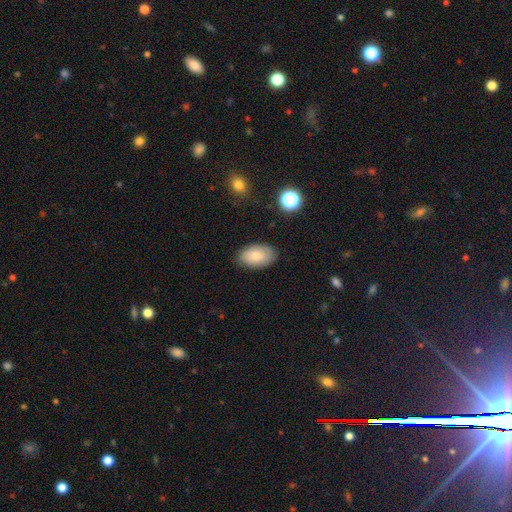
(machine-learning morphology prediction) Smooth or featured? Predicted: smooth (p=0.81). How rounded? Predicted: in between (p=0.93). Merging? Predicted: none (p=0.83).